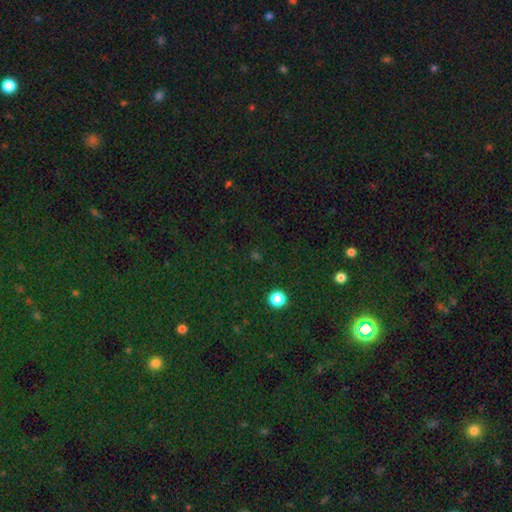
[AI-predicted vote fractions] smooth_or_featured: star or artifact (p=0.63) [alt: smooth p=0.30]